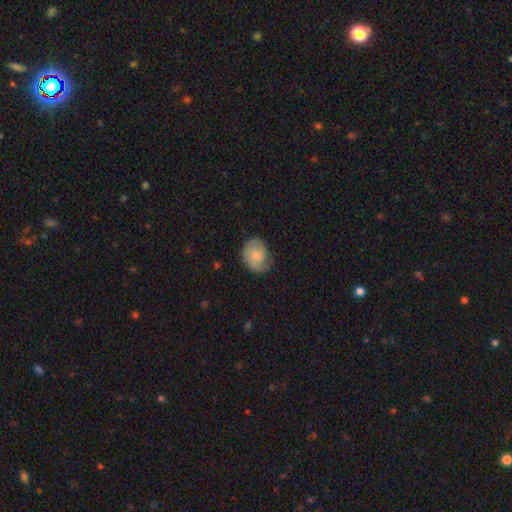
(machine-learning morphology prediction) Smooth or featured: smooth — 64% (featured or disk — 29%)
How rounded: in between — 50% (round — 49%)
Merging: none — 58% (minor disturbance — 30%)